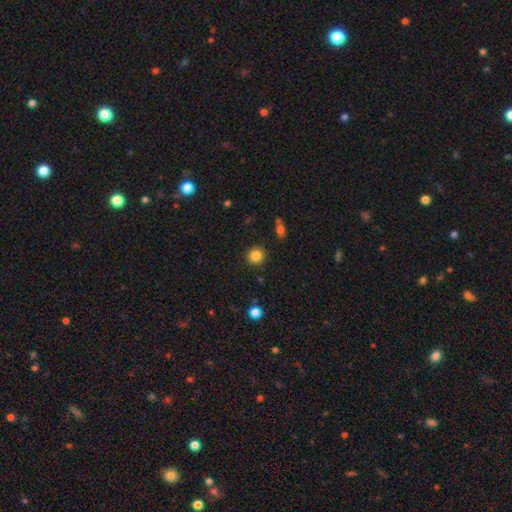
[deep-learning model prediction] Q: Smooth or featured?
A: smooth (84%); runner-up: star or artifact (11%)
Q: How rounded?
A: round (88%); runner-up: in between (11%)
Q: Merging?
A: none (88%); runner-up: minor disturbance (7%)